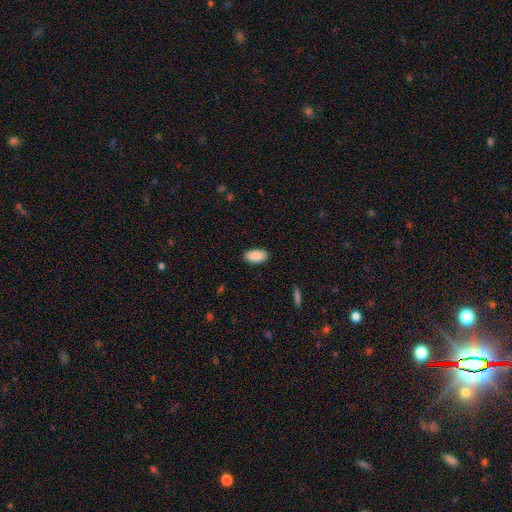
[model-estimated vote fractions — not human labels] Overall: smooth (89%). How rounded: in between (94%). Merging: none (89%).